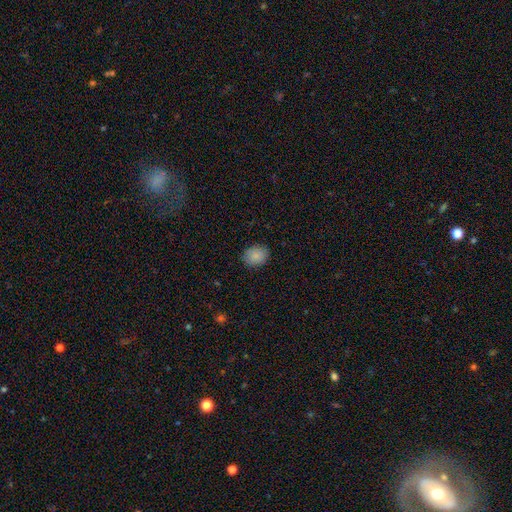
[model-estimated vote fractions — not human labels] The model was most divided on "how rounded": in between: 51%, round: 48%, cigar-shaped: 1%. More confident: smooth or featured — smooth (87%); merging — none (86%).